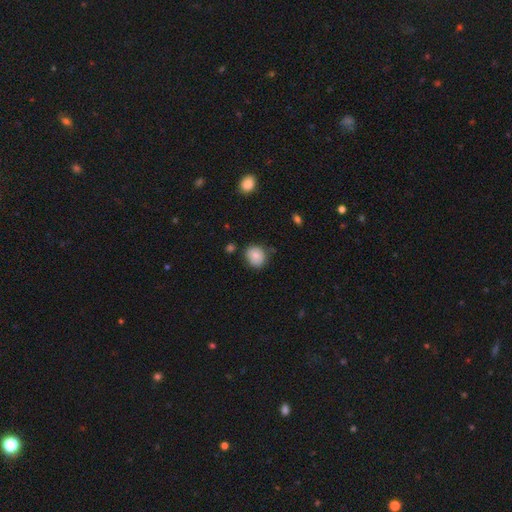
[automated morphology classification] This is likely a smooth galaxy (74%). How rounded: likely round (78%). Merging: likely none (75%).